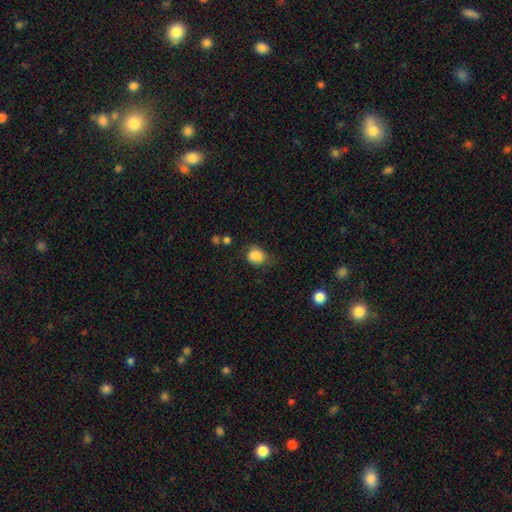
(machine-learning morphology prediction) Overall: smooth (85%). How rounded: round (58%; in between 41%). Merging: none (53%; minor disturbance 30%).